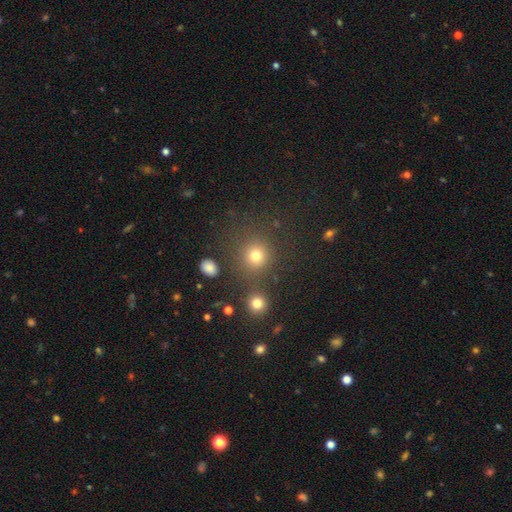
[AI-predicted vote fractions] A smooth galaxy with no disk features (77%) that is round (90%).

Vote fractions:
- Smooth or featured? smooth: 77% / star or artifact: 16% / featured or disk: 7%
- How rounded? round: 90% / in between: 9% / cigar-shaped: 1%
- Merging? none: 77% / merger: 9% / minor disturbance: 9% / major disturbance: 5%